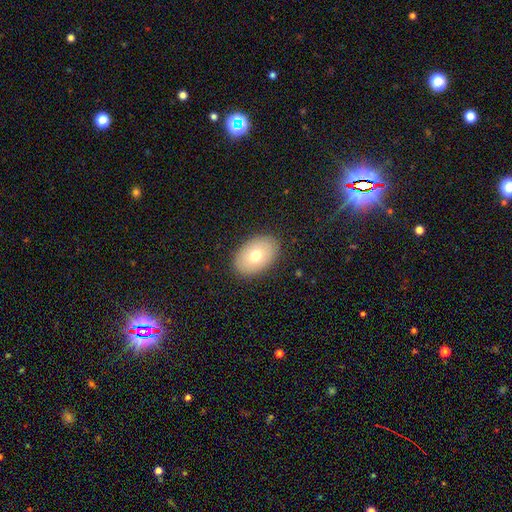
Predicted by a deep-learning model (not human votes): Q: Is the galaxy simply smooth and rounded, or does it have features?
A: smooth — 73%.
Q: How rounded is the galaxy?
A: in between — 88%.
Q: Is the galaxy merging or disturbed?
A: none — 88%.